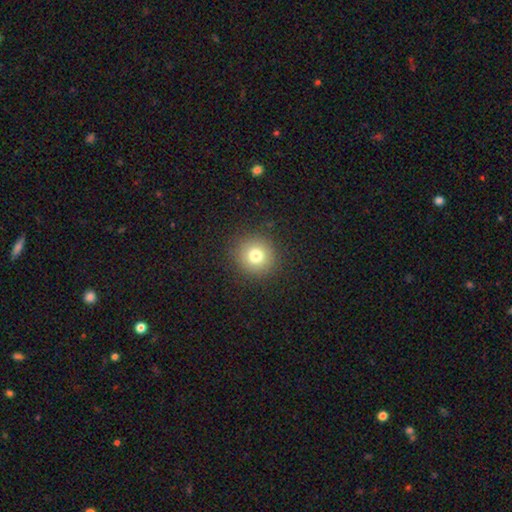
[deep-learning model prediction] Q: Smooth or featured?
A: smooth (78%); runner-up: star or artifact (13%)
Q: How rounded?
A: round (93%); runner-up: in between (6%)
Q: Merging?
A: none (90%); runner-up: minor disturbance (6%)